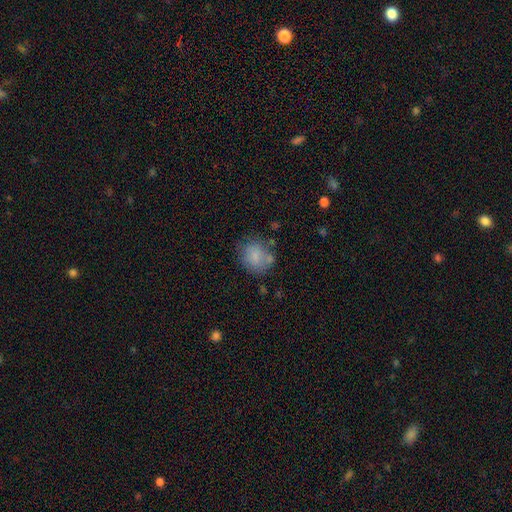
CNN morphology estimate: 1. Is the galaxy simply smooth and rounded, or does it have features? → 77% smooth, 14% featured or disk, 9% star or artifact.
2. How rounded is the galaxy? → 70% round, 29% in between, 1% cigar-shaped.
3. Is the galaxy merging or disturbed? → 61% none, 21% minor disturbance, 11% merger, 8% major disturbance.